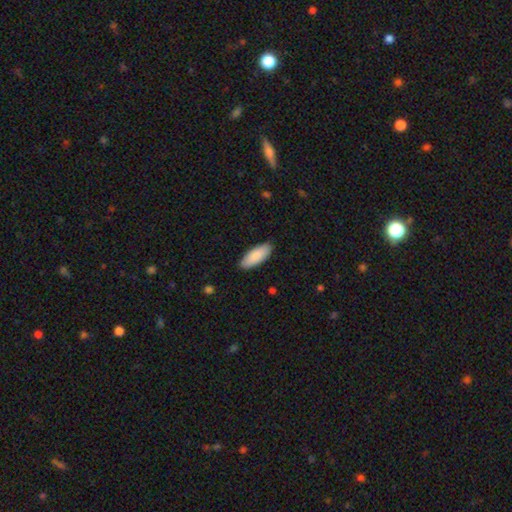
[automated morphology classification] A smooth galaxy with no disk features (90%) that is in between round and cigar-shaped (80%).

Vote fractions:
- Smooth or featured? smooth: 90% / star or artifact: 5% / featured or disk: 5%
- How rounded? in between: 80% / cigar-shaped: 19% / round: 1%
- Merging? none: 88% / minor disturbance: 9% / major disturbance: 2% / merger: 1%